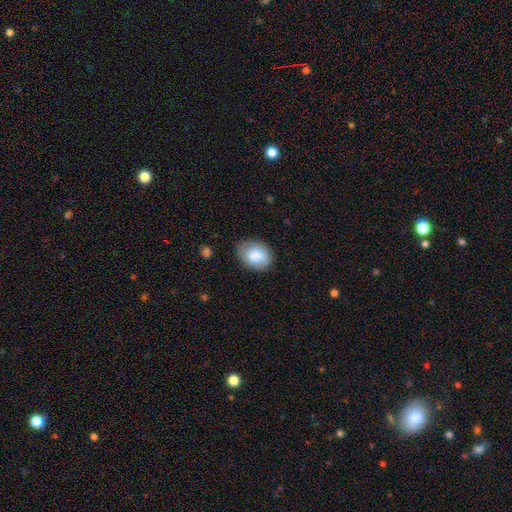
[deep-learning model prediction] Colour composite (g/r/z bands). It shows a smooth galaxy with no disk features (82%) that is in between round and cigar-shaped (62%). Merging: none (74%).